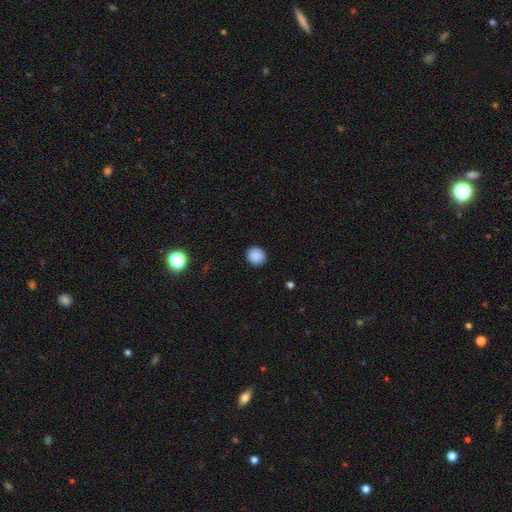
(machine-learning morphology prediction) Q: Smooth or featured?
A: smooth (88%); runner-up: star or artifact (9%)
Q: How rounded?
A: round (84%); runner-up: in between (16%)
Q: Merging?
A: none (90%); runner-up: minor disturbance (7%)